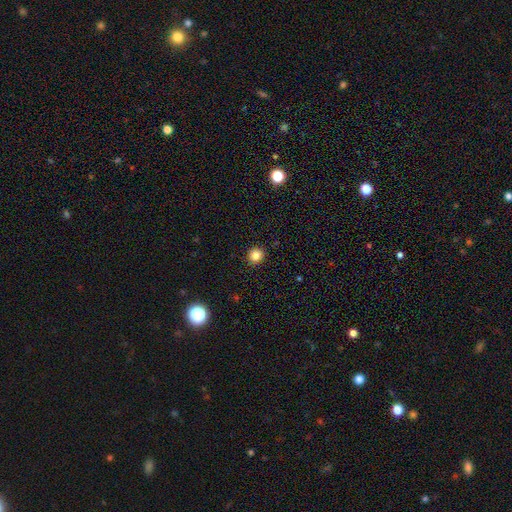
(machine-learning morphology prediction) Smooth or featured? Predicted: smooth (p=0.84). How rounded? Predicted: round (p=0.91). Merging? Predicted: none (p=0.92).